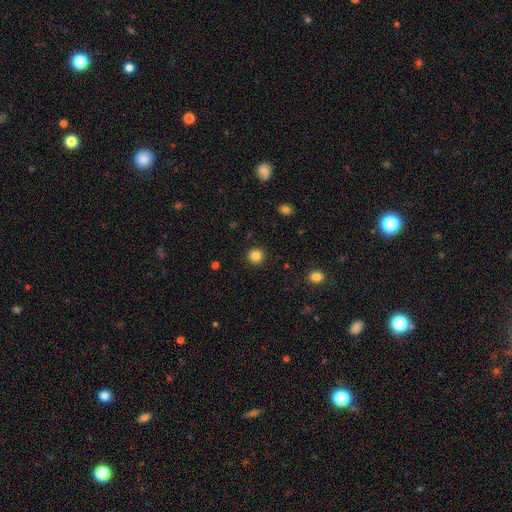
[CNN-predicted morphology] Smooth or featured? smooth (84%)
How rounded? round (94%)
Merging? none (92%)